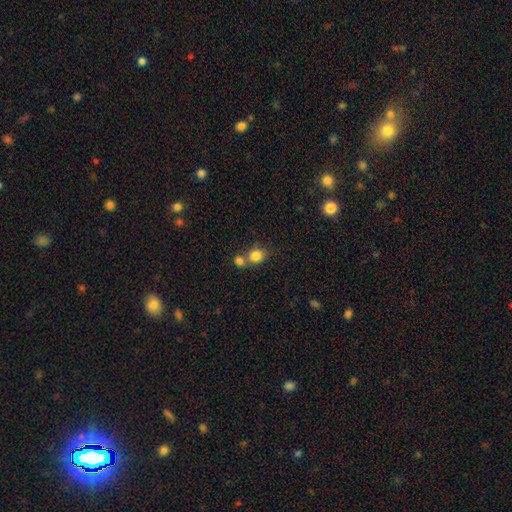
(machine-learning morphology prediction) Smooth or featured: smooth — 82% (star or artifact — 10%)
How rounded: round — 72% (in between — 27%)
Merging: none — 46% (merger — 41%)